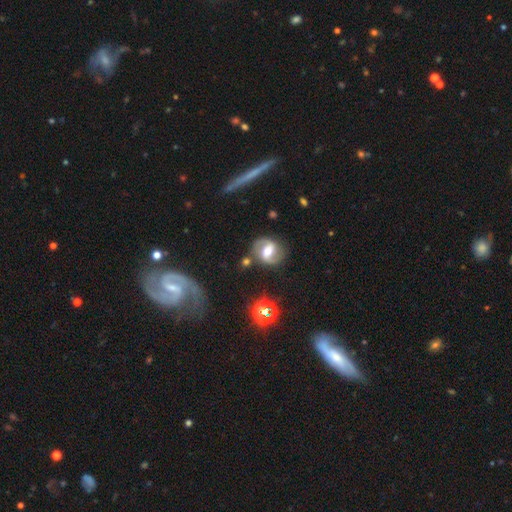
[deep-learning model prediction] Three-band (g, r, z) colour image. It shows a featured or disk galaxy (59%). Merging: none (80%).